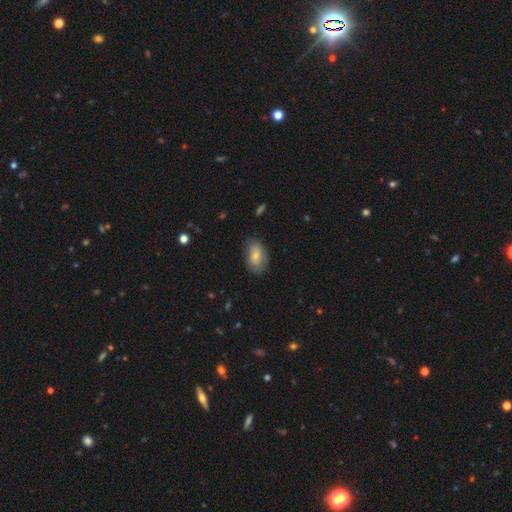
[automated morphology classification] Smooth or featured?
  - smooth: 73% *
  - featured or disk: 20%
  - star or artifact: 7%
How rounded?
  - in between: 88% *
  - round: 10%
  - cigar-shaped: 2%
Merging?
  - none: 73% *
  - minor disturbance: 21%
  - major disturbance: 5%
  - merger: 1%